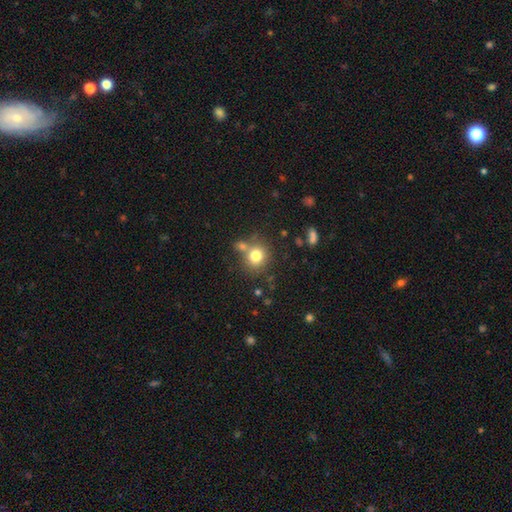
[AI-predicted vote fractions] smooth-or-featured: smooth: 78% | star or artifact: 12% | featured or disk: 10%
  how-rounded: round: 82% | in between: 17% | cigar-shaped: 1%
  merging: none: 66% | merger: 18% | minor disturbance: 11% | major disturbance: 4%